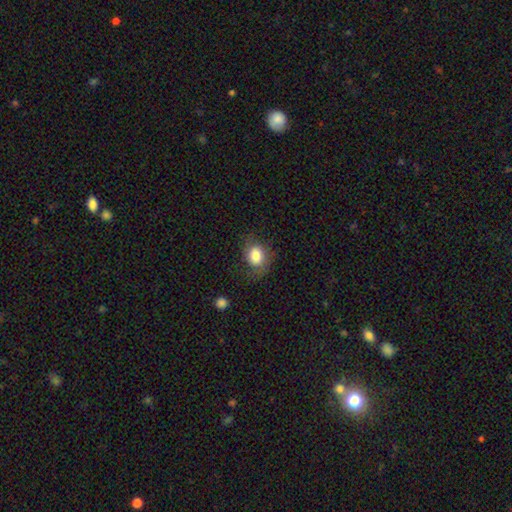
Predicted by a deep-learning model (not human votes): Morphology: type=smooth (79%); roundness=in between (51%); merging=none (65%).